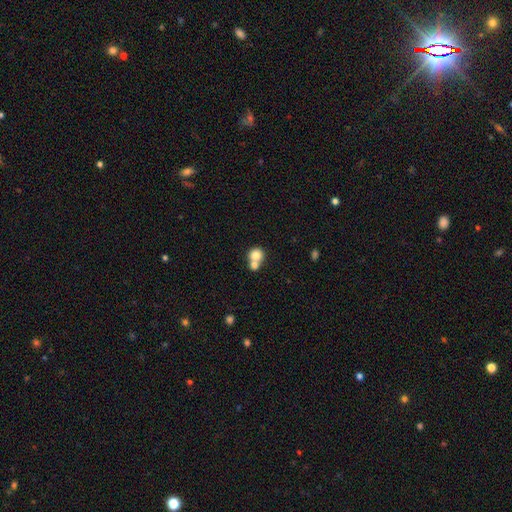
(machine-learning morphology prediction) type=smooth (79%); roundness=round (83%); merging=merger (56%).